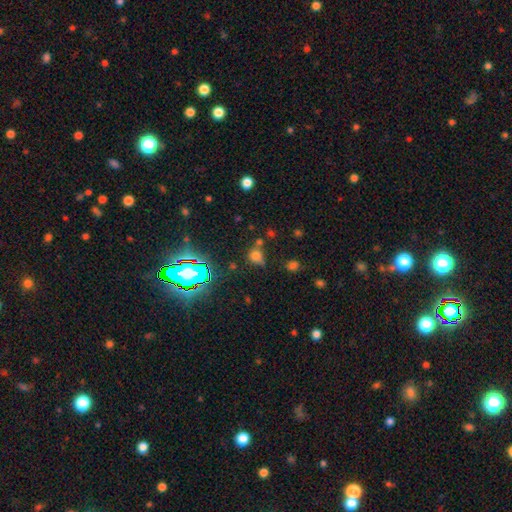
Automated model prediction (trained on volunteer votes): Smooth or featured? smooth (64%)
How rounded? round (72%)
Merging? none (61%)